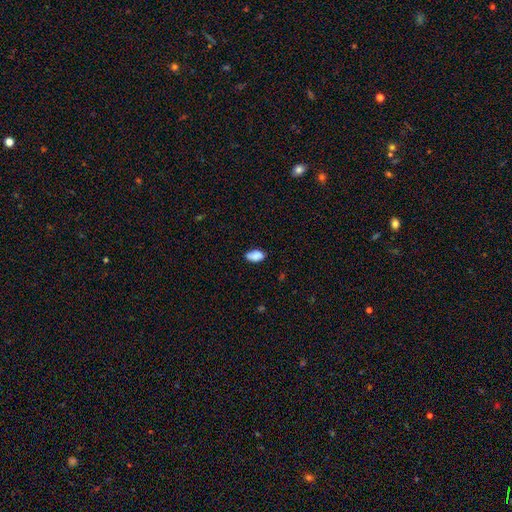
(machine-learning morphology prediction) This appears to be a smooth galaxy with no disk features (87%) that is in between round and cigar-shaped (93%). Merging: none (73%).